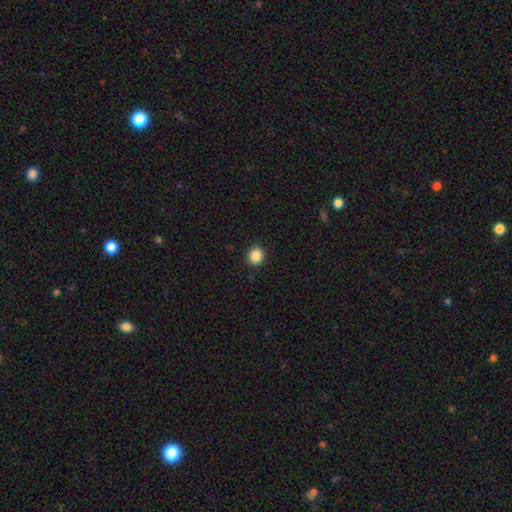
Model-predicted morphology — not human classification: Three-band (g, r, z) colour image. It shows a smooth galaxy with no disk features (87%) that is round (87%). Merging: none (92%).